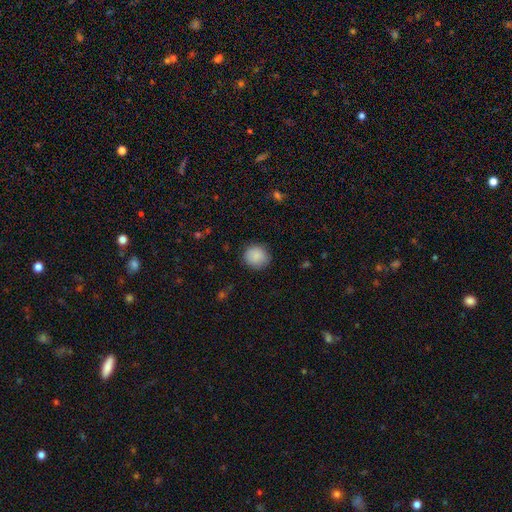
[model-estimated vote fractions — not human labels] smooth-or-featured: smooth: 88% | star or artifact: 8% | featured or disk: 4%
  how-rounded: round: 85% | in between: 14% | cigar-shaped: 1%
  merging: none: 86% | minor disturbance: 10% | major disturbance: 3% | merger: 1%